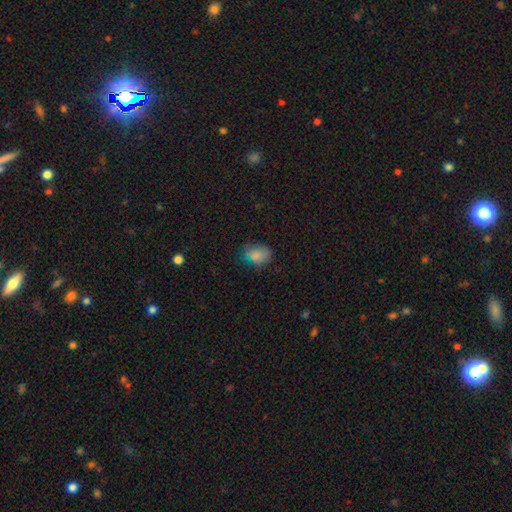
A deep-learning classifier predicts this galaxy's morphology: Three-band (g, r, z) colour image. It shows a smooth galaxy with no disk features (79%) that is in between round and cigar-shaped (68%). Merging: none (60%).